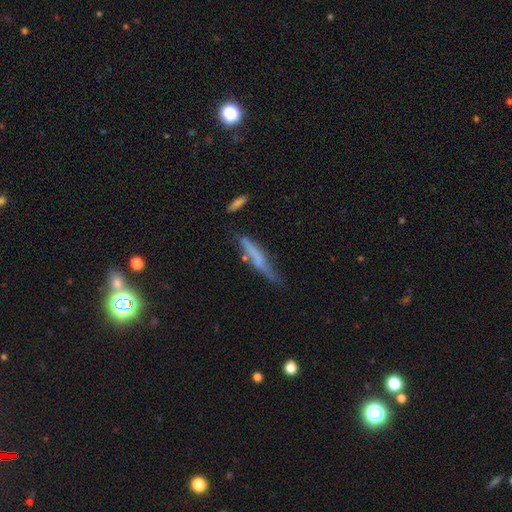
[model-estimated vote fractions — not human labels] This appears to be a smooth galaxy with no disk features (49%). Merging: none (52%).